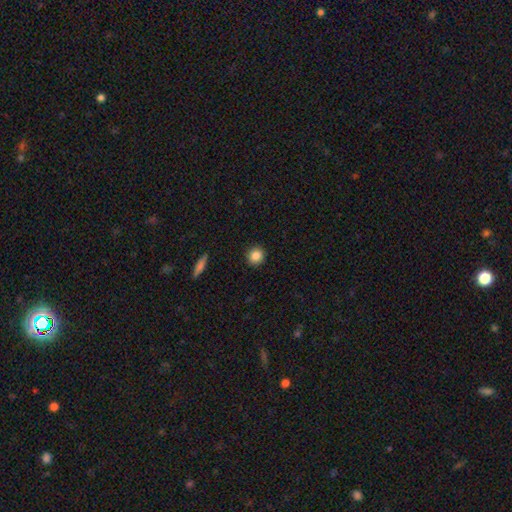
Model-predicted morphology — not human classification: Smooth or featured? smooth (85%)
How rounded? round (91%)
Merging? none (91%)